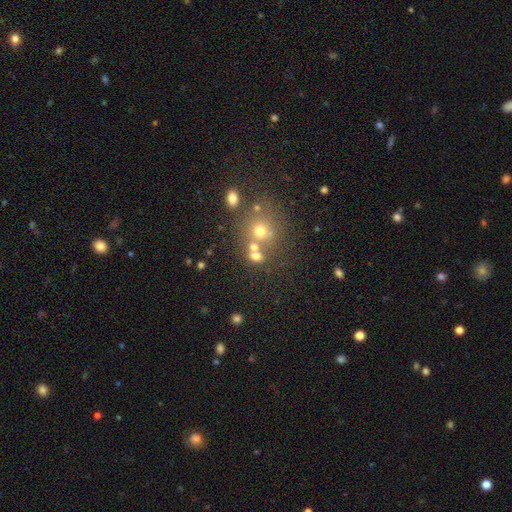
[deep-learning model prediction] Overall: smooth (63%). How rounded: round (71%). Merging: none (49%; merger 36%).